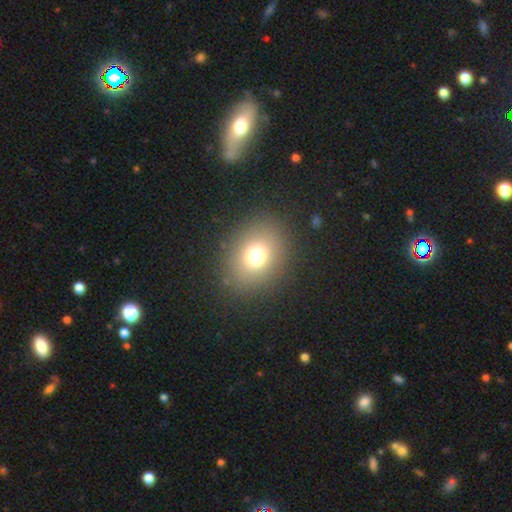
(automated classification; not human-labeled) Q: Smooth or featured?
A: smooth (72%); runner-up: star or artifact (17%)
Q: How rounded?
A: round (57%); runner-up: in between (42%)
Q: Merging?
A: none (86%); runner-up: minor disturbance (8%)